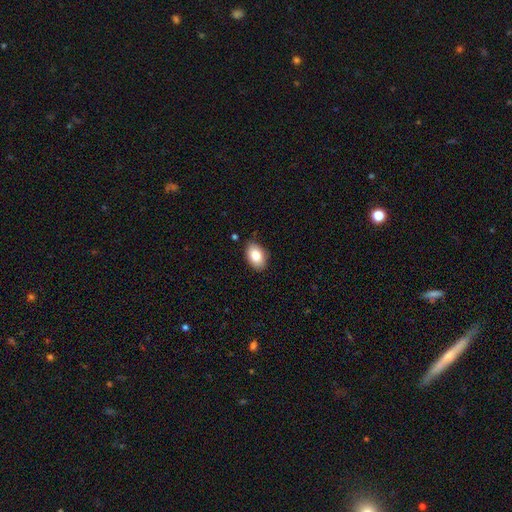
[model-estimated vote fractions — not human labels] smooth-or-featured: smooth: 82% | featured or disk: 10% | star or artifact: 8%
  how-rounded: in between: 89% | round: 10% | cigar-shaped: 1%
  merging: none: 86% | minor disturbance: 11% | major disturbance: 2% | merger: 1%